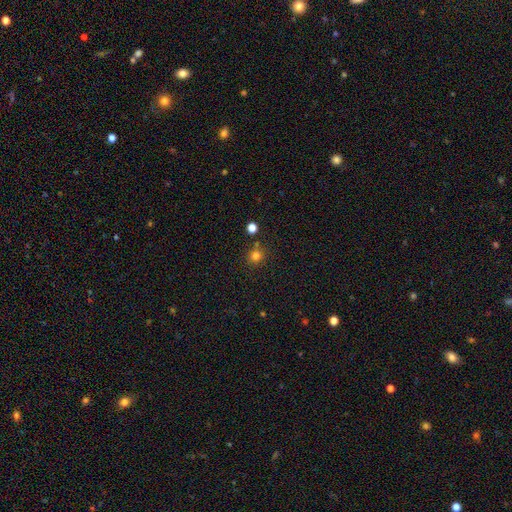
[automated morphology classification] This appears to be a smooth galaxy with no disk features (79%) that is round (91%). Merging: none (80%).